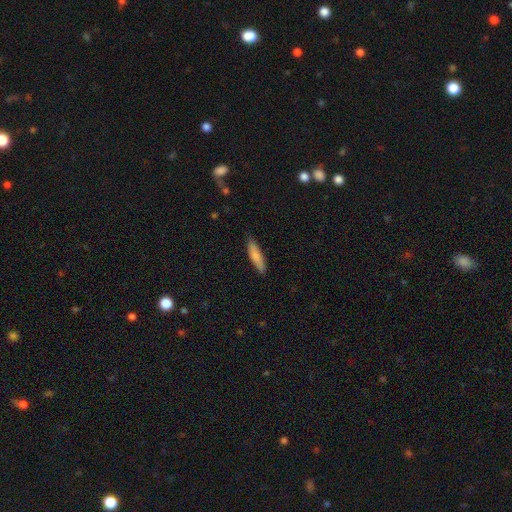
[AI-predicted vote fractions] smooth_or_featured: smooth (p=0.82) [alt: featured or disk p=0.12]
how_rounded: cigar-shaped (p=0.76) [alt: in between p=0.23]
merging: none (p=0.85) [alt: minor disturbance p=0.12]